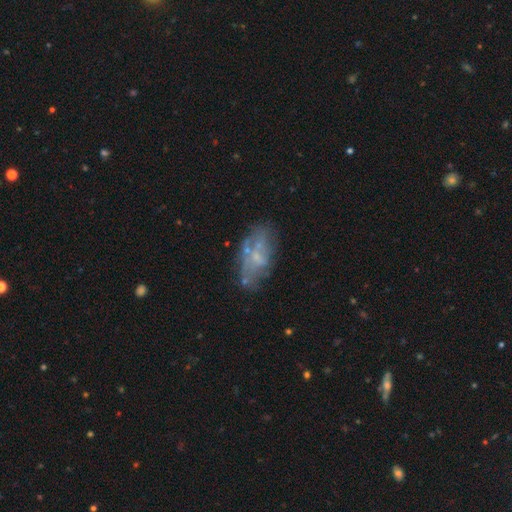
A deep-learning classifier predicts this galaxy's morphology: Smooth or featured? Predicted: featured or disk (p=0.58). Edge-on disk? Predicted: no (p=0.93). Bar? Predicted: no (p=0.72). Spiral arms? Predicted: no (p=0.68). Bulge size? Predicted: small (p=0.44). Merging? Predicted: none (p=0.53).